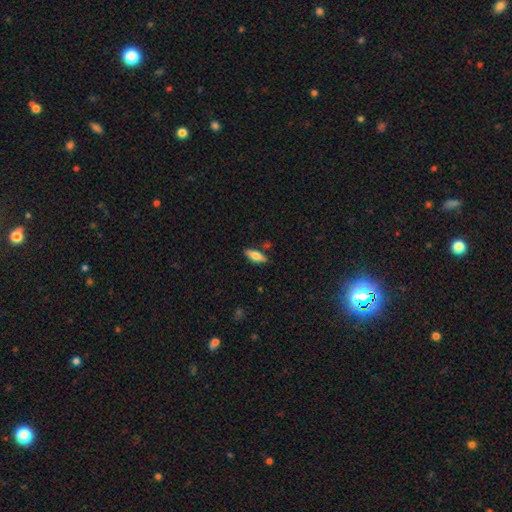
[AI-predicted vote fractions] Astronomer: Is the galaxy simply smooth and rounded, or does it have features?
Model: smooth — 64%.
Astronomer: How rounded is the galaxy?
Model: in between — 61% (runner-up: cigar-shaped, 37%).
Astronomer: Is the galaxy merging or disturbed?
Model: none — 83%.